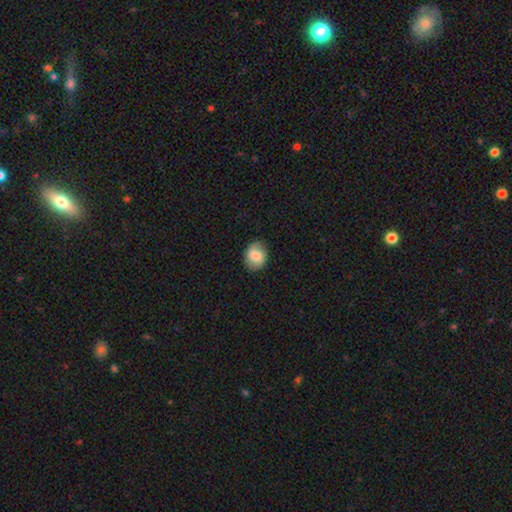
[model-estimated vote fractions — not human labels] This is likely a smooth galaxy (77%). How rounded: possibly round (52%). Merging: clearly none (85%).